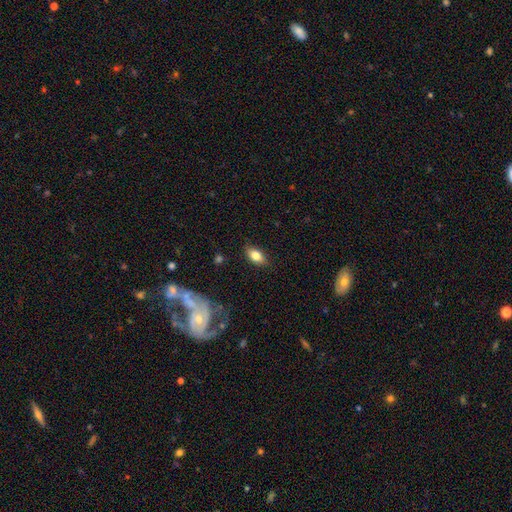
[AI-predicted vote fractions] Overall: smooth (78%). How rounded: in between (88%). Merging: none (84%).